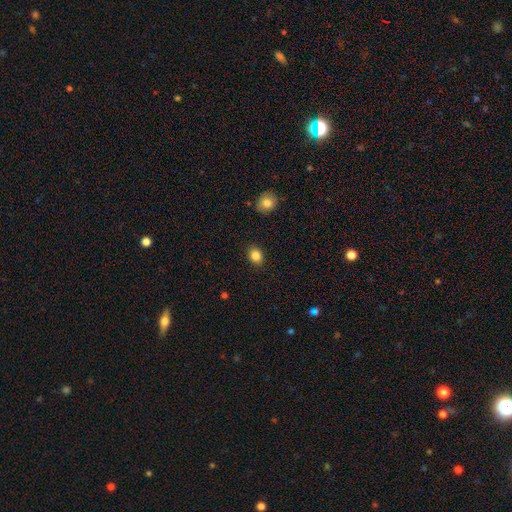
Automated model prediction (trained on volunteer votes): Smooth or featured? smooth (85%)
How rounded? in between (55%)
Merging? none (89%)